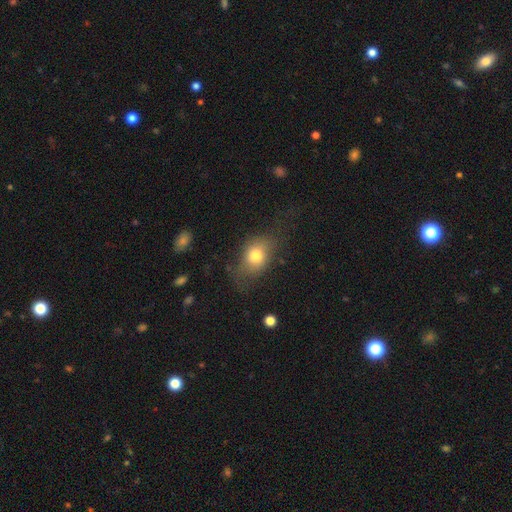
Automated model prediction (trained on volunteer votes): The model was most divided on "how rounded": in between: 65%, round: 33%, cigar-shaped: 2%. More confident: smooth or featured — smooth (74%); merging — none (57%).